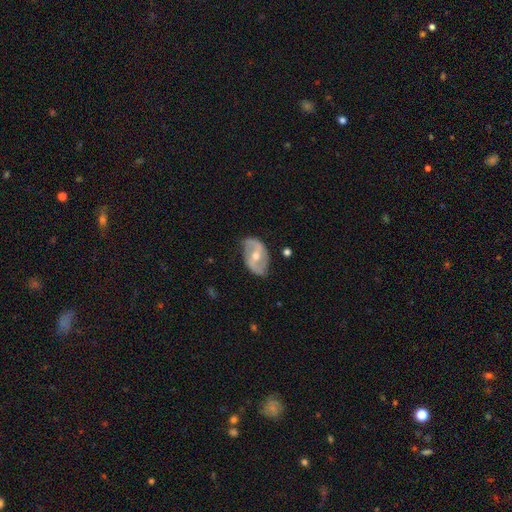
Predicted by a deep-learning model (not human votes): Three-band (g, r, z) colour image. It shows a featured or disk galaxy (78%) with a weak bar (40%), 2 (86%) medium (40%) spiral arms (82%) and a moderate central bulge (63%). Merging: none (74%).